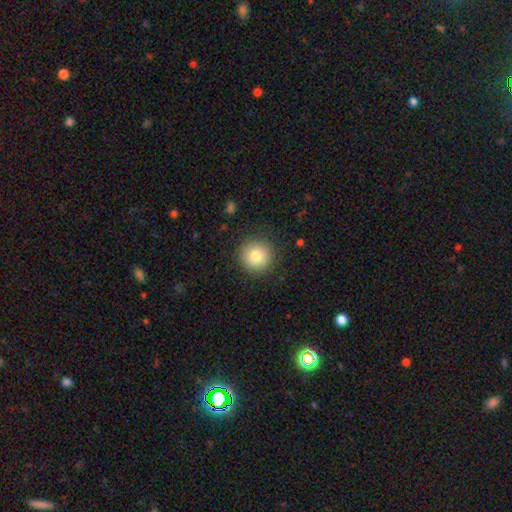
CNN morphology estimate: Overall: smooth (80%). How rounded: round (95%). Merging: none (88%).